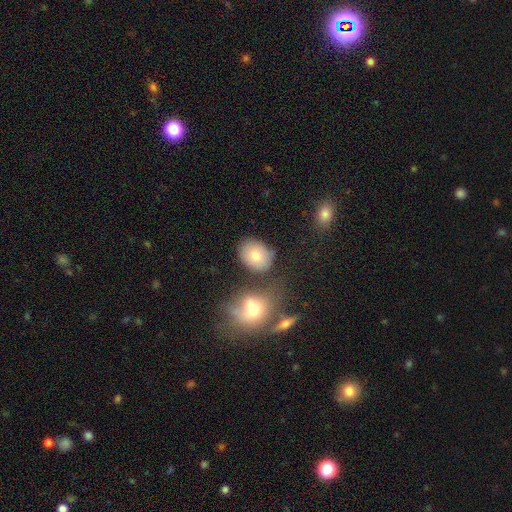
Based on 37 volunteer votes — Smooth or featured: smooth — 65% (featured or disk — 30%)
How rounded: round — 58% (in between — 42%)
Merging: none — 57% (minor disturbance — 20%)